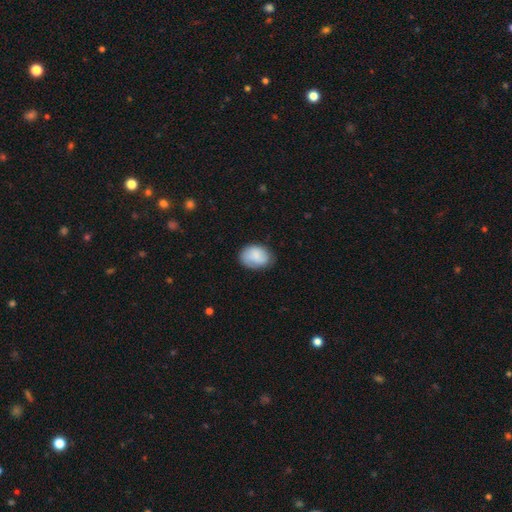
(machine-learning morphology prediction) smooth-or-featured: smooth: 77% | featured or disk: 16% | star or artifact: 7%
  how-rounded: in between: 69% | round: 30% | cigar-shaped: 1%
  merging: none: 70% | minor disturbance: 23% | major disturbance: 5% | merger: 1%